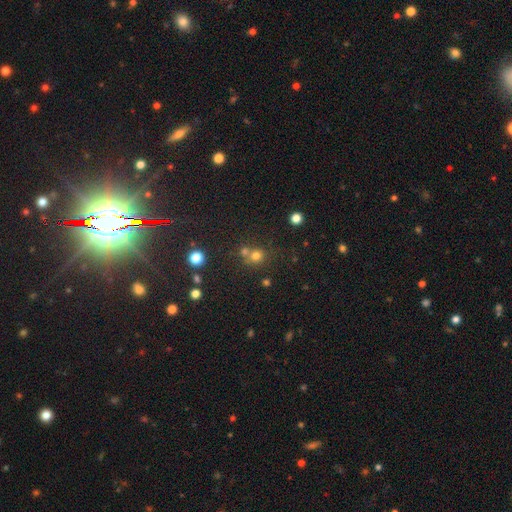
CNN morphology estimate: type=smooth (72%); roundness=round (85%); merging=none (54%).